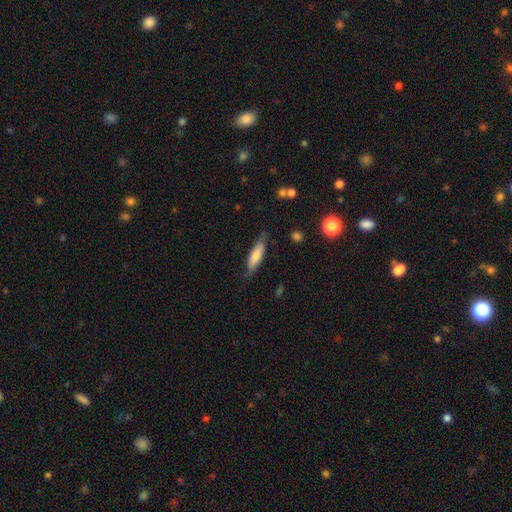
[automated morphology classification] Smooth or featured? Predicted: smooth (p=0.68). How rounded? Predicted: cigar-shaped (p=0.60). Merging? Predicted: none (p=0.74).